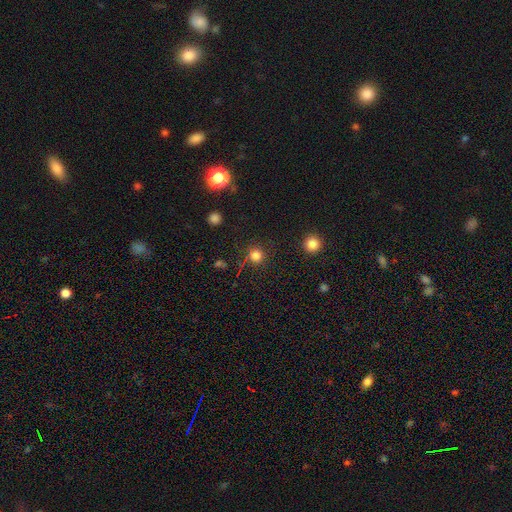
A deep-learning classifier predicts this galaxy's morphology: smooth_or_featured: smooth (p=0.78) [alt: star or artifact p=0.17]
how_rounded: round (p=0.93) [alt: in between p=0.06]
merging: none (p=0.83) [alt: minor disturbance p=0.09]